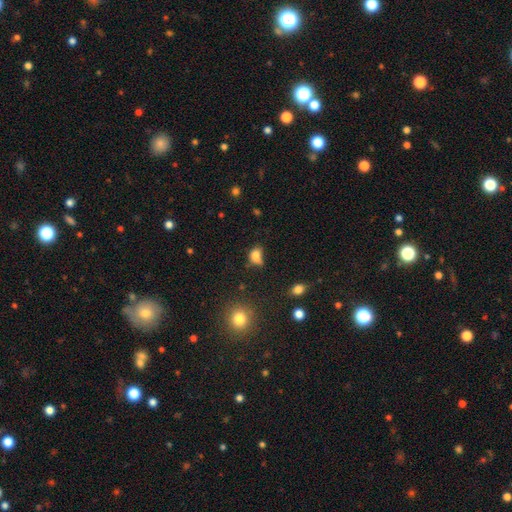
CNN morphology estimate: This is likely a smooth galaxy (76%). How rounded: likely in between (69%). Merging: marginally none (36%).